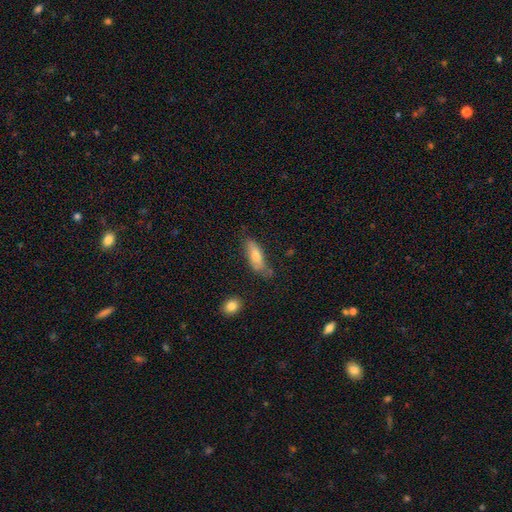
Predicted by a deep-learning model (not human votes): A smooth galaxy with no disk features (70%) that is in between round and cigar-shaped (63%). Merging: none (63%).